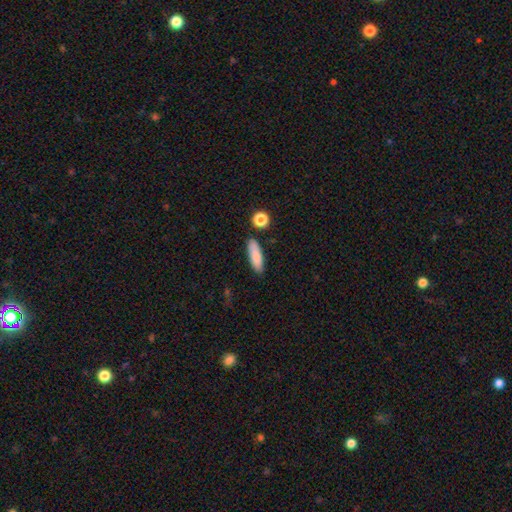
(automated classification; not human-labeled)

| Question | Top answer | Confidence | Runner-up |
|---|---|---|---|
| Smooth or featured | smooth | 86% | featured or disk (7%) |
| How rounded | cigar-shaped | 56% | in between (42%) |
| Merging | none | 82% | minor disturbance (11%) |